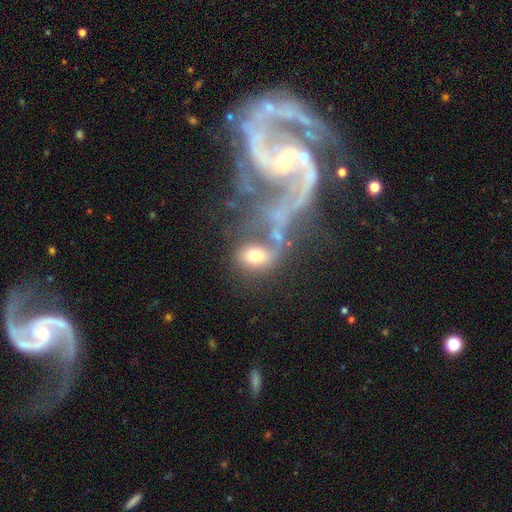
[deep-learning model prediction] This appears to be a smooth galaxy with no disk features (58%) that is in between round and cigar-shaped (62%). Merging: none (33%).